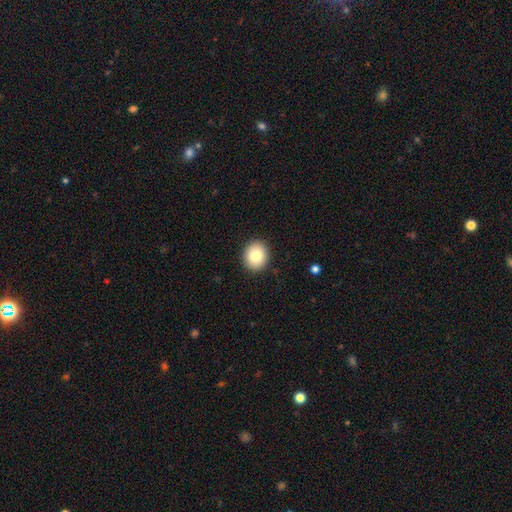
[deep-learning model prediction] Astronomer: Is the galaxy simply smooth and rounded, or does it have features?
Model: smooth — 82%.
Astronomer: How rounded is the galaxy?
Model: round — 75%.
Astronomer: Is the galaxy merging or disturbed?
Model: none — 91%.